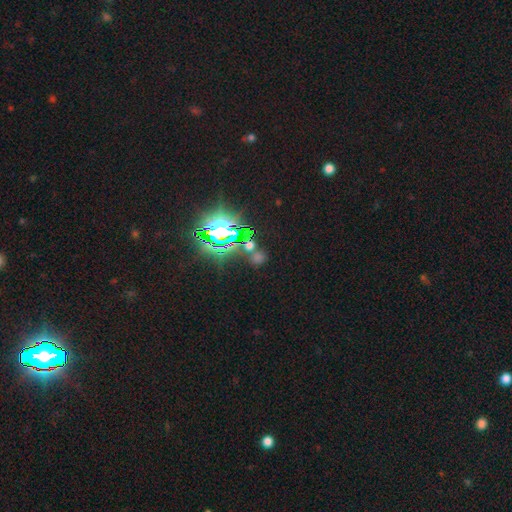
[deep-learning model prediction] Smooth or featured: star or artifact — 77% (smooth — 15%)